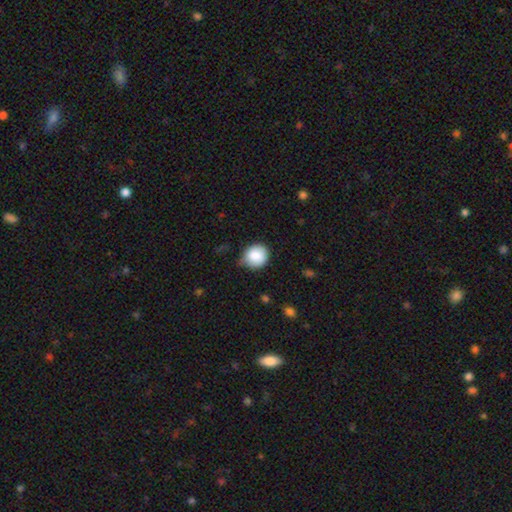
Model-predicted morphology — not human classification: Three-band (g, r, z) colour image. It shows a smooth galaxy with no disk features (86%) that is round (84%). Merging: none (72%).